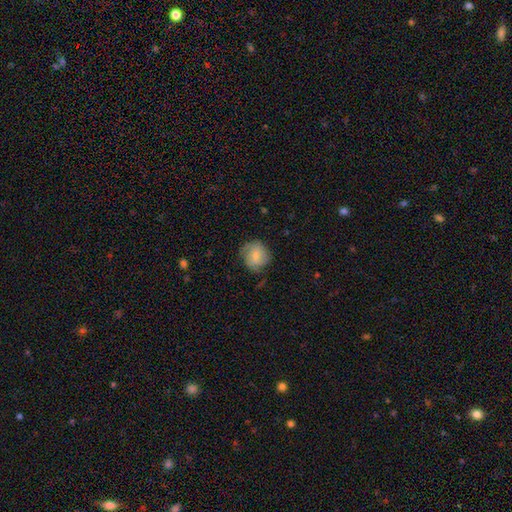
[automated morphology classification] smooth 61%, featured or disk 31%, star or artifact 7%. Down the decision tree: how rounded — round (86%); merging — none (69%).